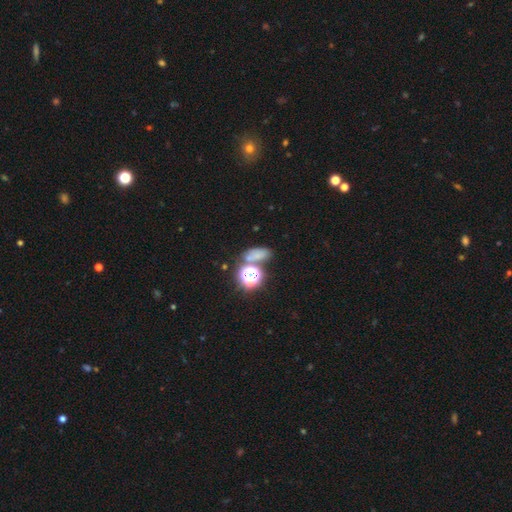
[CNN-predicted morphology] Smooth or featured: smooth — 54% (star or artifact — 35%)
How rounded: in between — 63% (round — 29%)
Merging: none — 56% (merger — 24%)